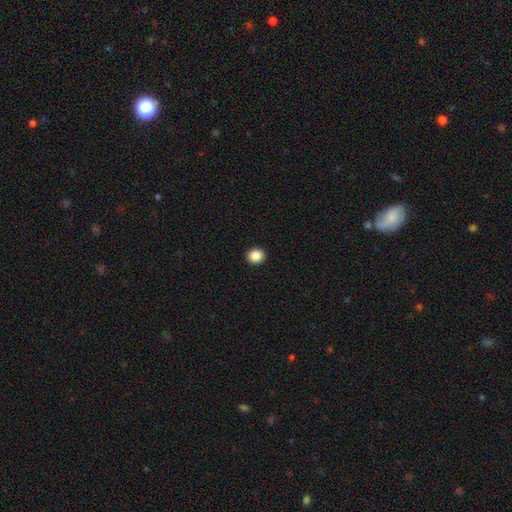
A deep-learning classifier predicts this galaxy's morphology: type=smooth (87%); roundness=round (79%); merging=none (93%).